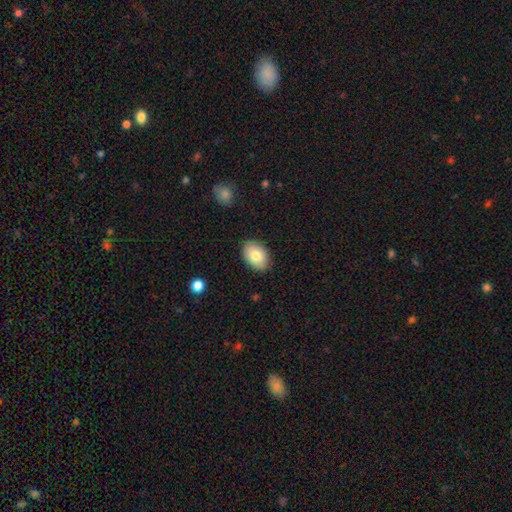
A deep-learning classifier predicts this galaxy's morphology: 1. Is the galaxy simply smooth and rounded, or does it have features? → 81% smooth, 12% featured or disk, 7% star or artifact.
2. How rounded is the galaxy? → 86% in between, 13% round, 1% cigar-shaped.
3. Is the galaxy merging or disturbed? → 87% none, 10% minor disturbance, 2% major disturbance, 1% merger.